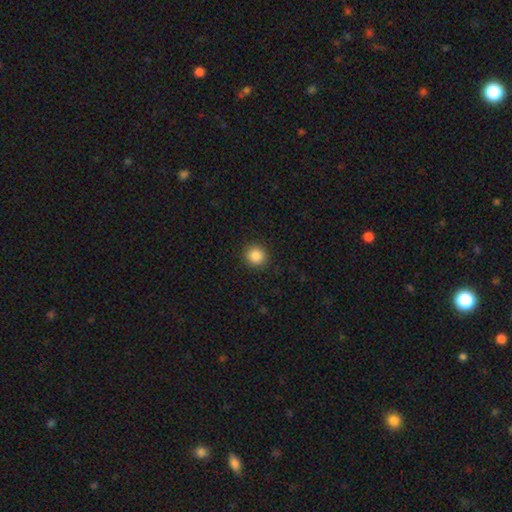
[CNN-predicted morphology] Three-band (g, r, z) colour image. It shows a smooth galaxy with no disk features (87%) that is round (92%). Merging: none (91%).